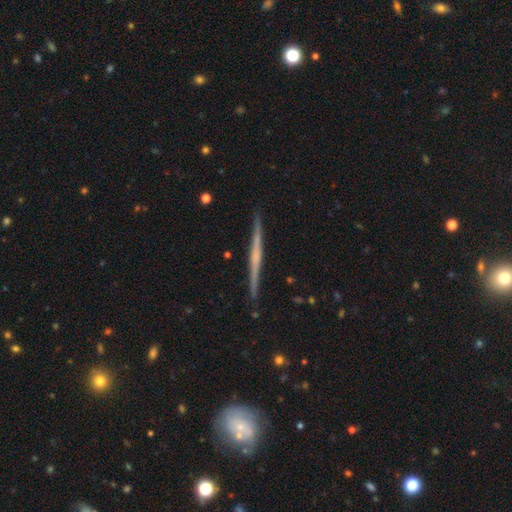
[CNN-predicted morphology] Overall: featured or disk (70%). Edge-on disk: yes (98%). Edge-on bulge: none (65%). Merging: none (91%).